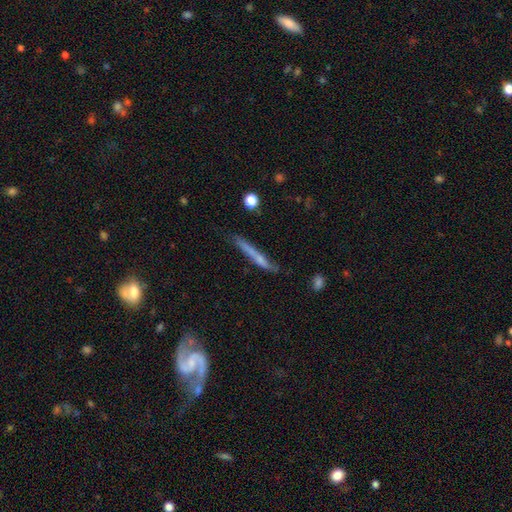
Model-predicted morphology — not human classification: A featured or disk galaxy (47%).

Vote fractions:
- Smooth or featured? featured or disk: 47% / smooth: 45% / star or artifact: 8%
- Merging? none: 69% / minor disturbance: 22% / major disturbance: 6% / merger: 4%